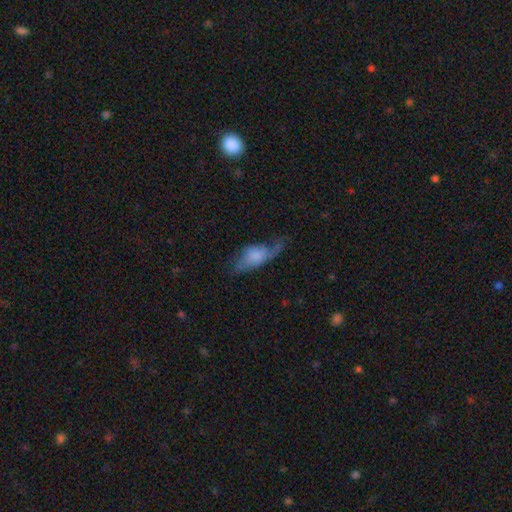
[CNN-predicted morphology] Overall: smooth (52%; featured or disk 40%). How rounded: in between (84%). Merging: major disturbance (36%; none 32%).